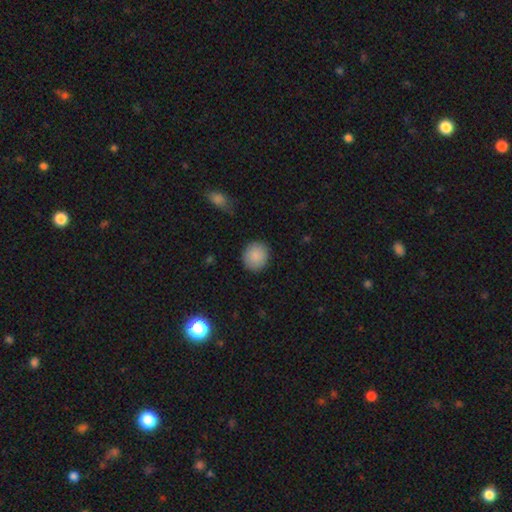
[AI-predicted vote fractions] A smooth galaxy with no disk features (89%) that is round (87%).

Vote fractions:
- Smooth or featured? smooth: 89% / star or artifact: 7% / featured or disk: 4%
- How rounded? round: 87% / in between: 12% / cigar-shaped: 1%
- Merging? none: 88% / minor disturbance: 9% / major disturbance: 2% / merger: 1%